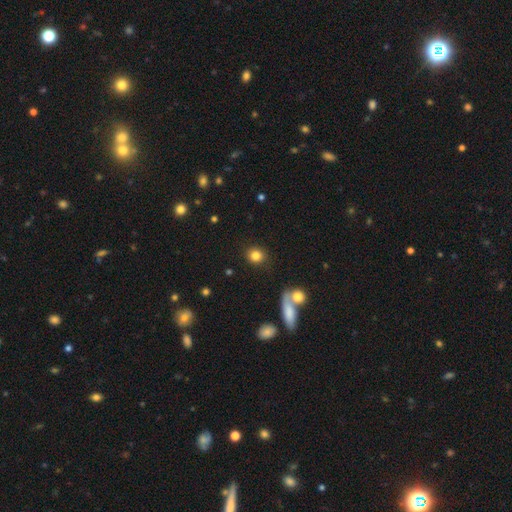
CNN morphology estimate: type=smooth (84%); roundness=round (83%); merging=none (87%).